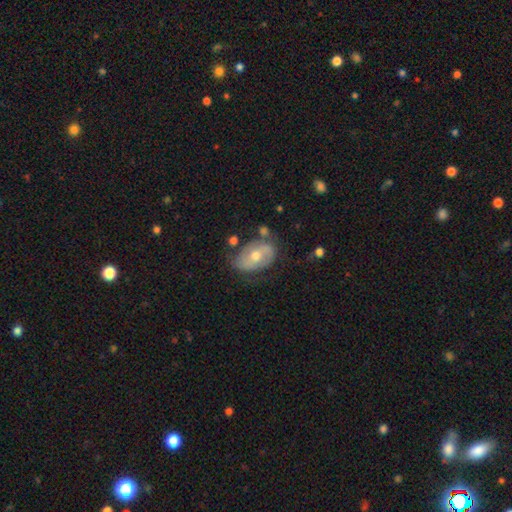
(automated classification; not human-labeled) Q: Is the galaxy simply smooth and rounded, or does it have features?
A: featured or disk — 56%.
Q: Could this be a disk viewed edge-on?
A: no — 93%.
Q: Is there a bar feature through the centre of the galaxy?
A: no — 56%.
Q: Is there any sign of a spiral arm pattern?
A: yes — 59%.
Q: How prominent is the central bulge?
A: moderate — 69%.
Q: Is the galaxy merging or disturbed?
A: none — 58%.